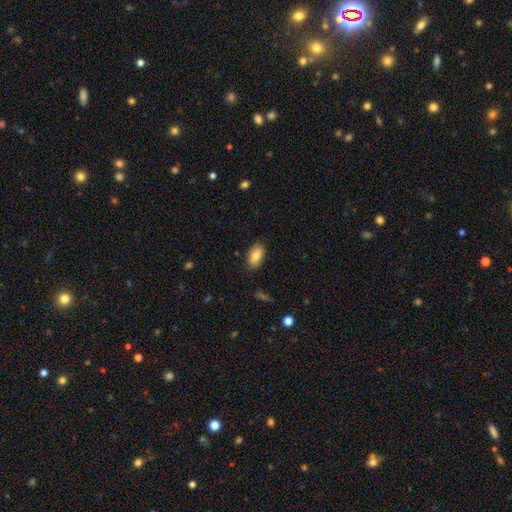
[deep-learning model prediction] smooth 83%, featured or disk 10%, star or artifact 7%. Down the decision tree: how rounded — in between (92%); merging — none (85%).